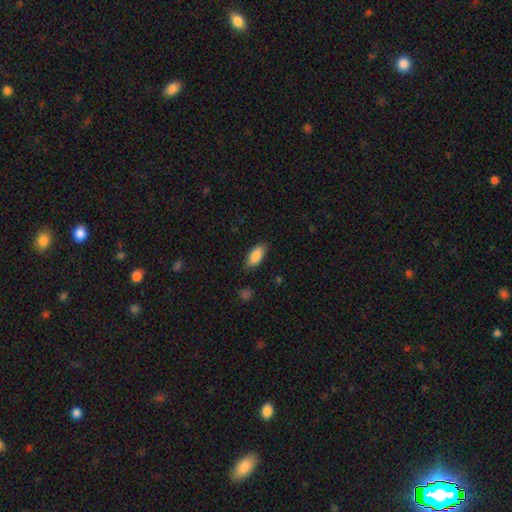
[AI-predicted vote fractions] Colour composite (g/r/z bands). It shows a smooth galaxy with no disk features (88%) that is in between round and cigar-shaped (88%). Merging: none (84%).